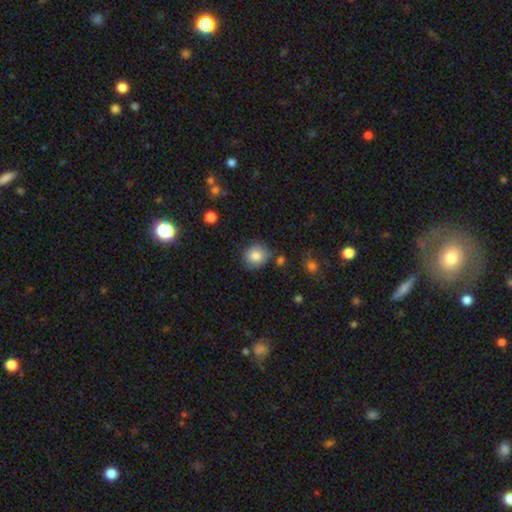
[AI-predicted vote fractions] This appears to be a smooth galaxy with no disk features (84%) that is round (83%). Merging: none (77%).